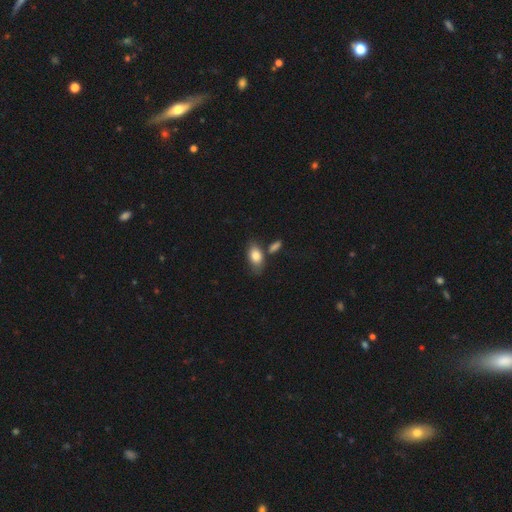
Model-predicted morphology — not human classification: A smooth galaxy with no disk features (81%) that is in between round and cigar-shaped (89%). Merging: none (58%).